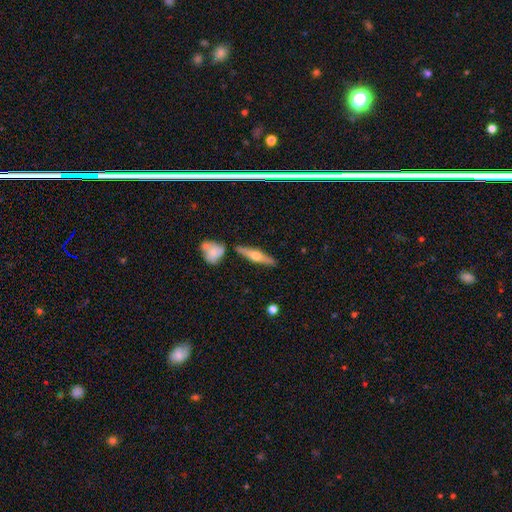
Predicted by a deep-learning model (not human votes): featured or disk 56%, smooth 38%, star or artifact 7%. Down the decision tree: edge-on disk — yes (92%); edge-on bulge — rounded (93%); merging — none (82%).